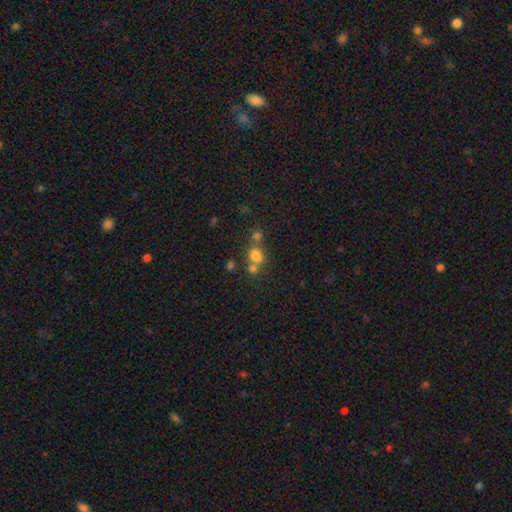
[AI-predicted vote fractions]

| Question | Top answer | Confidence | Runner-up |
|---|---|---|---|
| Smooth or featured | smooth | 70% | star or artifact (17%) |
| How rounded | in between | 50% | round (48%) |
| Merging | merger | 44% | none (40%) |